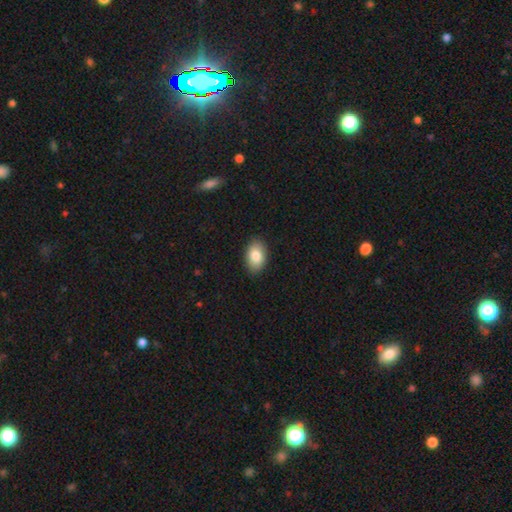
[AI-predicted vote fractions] smooth 84%, featured or disk 9%, star or artifact 7%. Down the decision tree: how rounded — in between (91%); merging — none (89%).